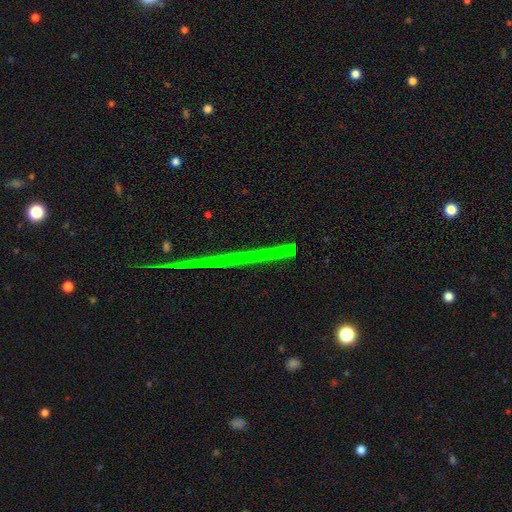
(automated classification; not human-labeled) smooth_or_featured: featured or disk (p=0.57) [alt: smooth p=0.22]
disk_edge_on: yes (p=0.96) [alt: no p=0.04]
edge_on_bulge: none (p=0.85) [alt: rounded p=0.10]
merging: none (p=0.89) [alt: minor disturbance p=0.07]